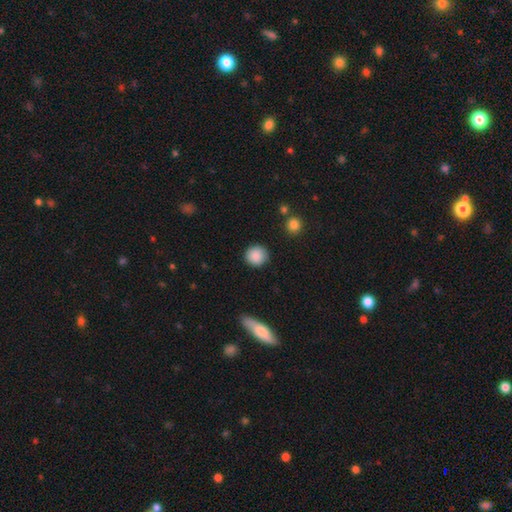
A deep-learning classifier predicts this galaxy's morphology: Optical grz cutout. It shows a smooth galaxy with no disk features (88%) that is round (91%). Merging: none (89%).